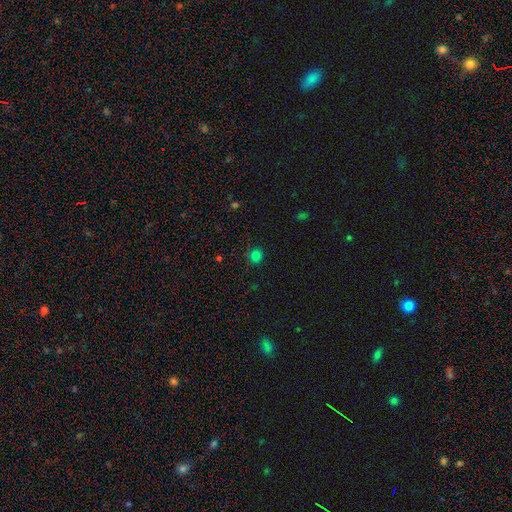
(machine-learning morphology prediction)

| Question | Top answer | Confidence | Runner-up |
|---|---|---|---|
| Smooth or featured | smooth | 78% | star or artifact (18%) |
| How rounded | round | 90% | in between (9%) |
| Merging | none | 83% | minor disturbance (12%) |